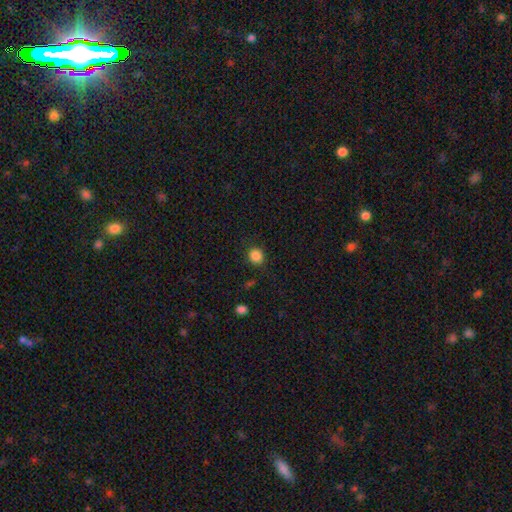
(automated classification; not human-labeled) Overall: smooth (86%). How rounded: round (82%). Merging: none (87%).